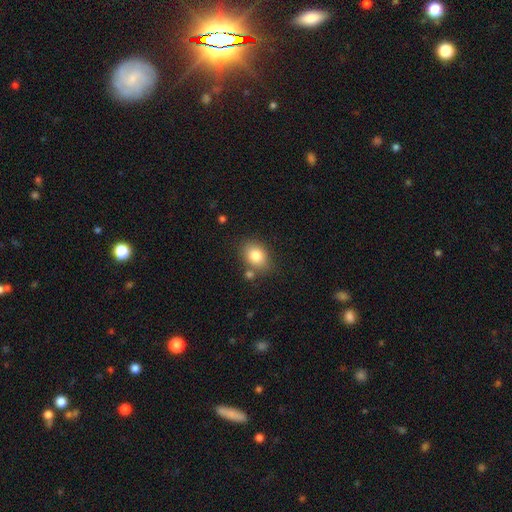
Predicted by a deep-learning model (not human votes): smooth-or-featured: smooth: 81% | featured or disk: 9% | star or artifact: 9%
  how-rounded: in between: 65% | round: 34% | cigar-shaped: 1%
  merging: none: 72% | minor disturbance: 14% | merger: 10% | major disturbance: 4%